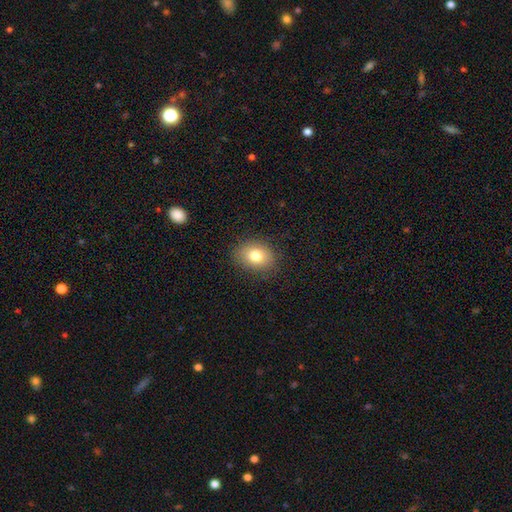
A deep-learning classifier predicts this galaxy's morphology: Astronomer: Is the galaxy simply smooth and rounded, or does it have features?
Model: smooth — 78%.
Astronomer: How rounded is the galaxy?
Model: in between — 57% (runner-up: round, 42%).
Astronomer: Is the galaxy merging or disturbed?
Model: none — 85%.